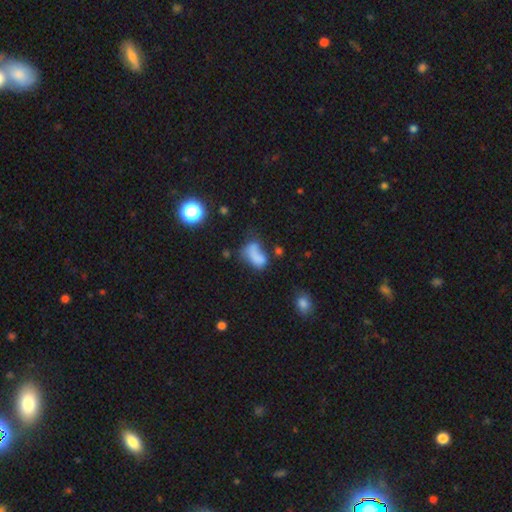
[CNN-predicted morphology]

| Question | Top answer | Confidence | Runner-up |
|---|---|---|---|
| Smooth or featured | smooth | 67% | featured or disk (19%) |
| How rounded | in between | 87% | round (9%) |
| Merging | major disturbance | 32% | none (26%) |